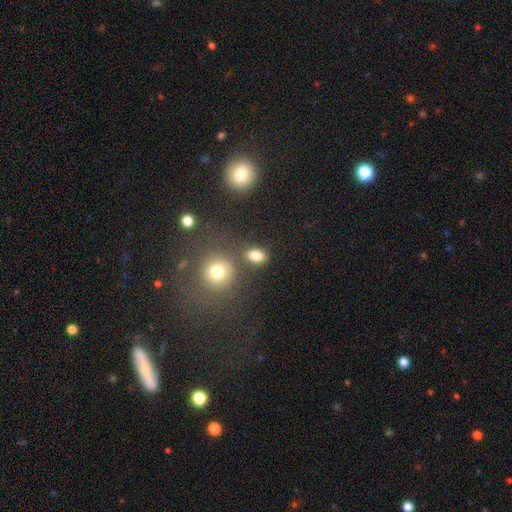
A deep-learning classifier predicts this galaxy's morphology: The model was most divided on "how rounded": in between: 77%, round: 20%, cigar-shaped: 3%. More confident: smooth or featured — smooth (80%); merging — none (74%).